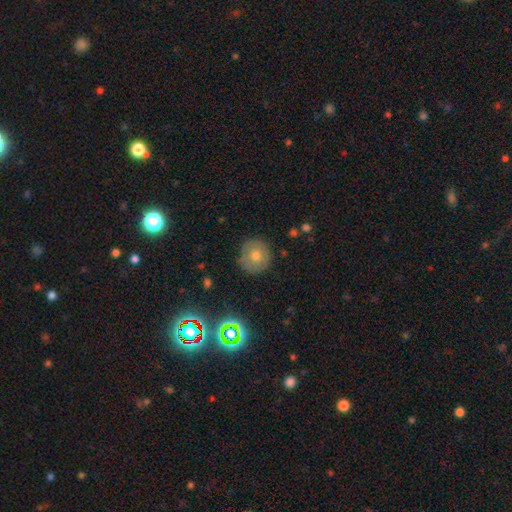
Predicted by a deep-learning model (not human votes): A smooth galaxy with no disk features (63%) that is round (93%). Merging: none (84%).